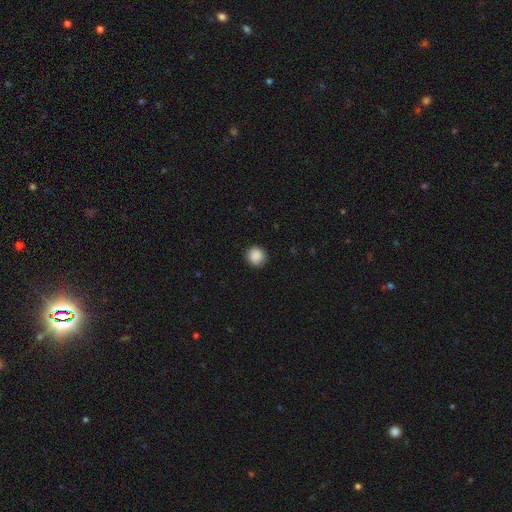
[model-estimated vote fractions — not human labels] This appears to be a smooth galaxy with no disk features (89%) that is round (94%). Merging: none (91%).